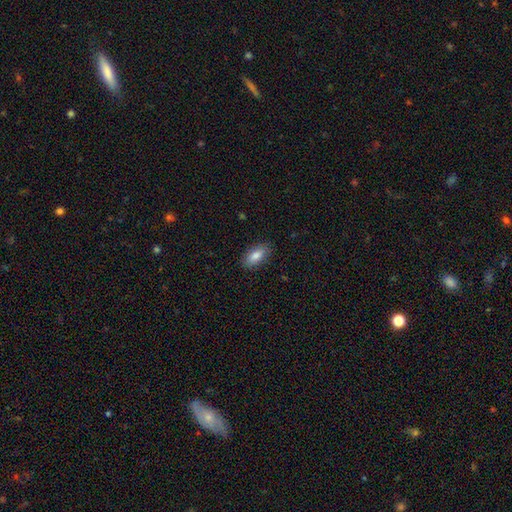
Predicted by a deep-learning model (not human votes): Smooth or featured?
  - smooth: 82% *
  - featured or disk: 12%
  - star or artifact: 6%
How rounded?
  - in between: 87% *
  - cigar-shaped: 10%
  - round: 3%
Merging?
  - none: 86% *
  - minor disturbance: 10%
  - major disturbance: 2%
  - merger: 1%